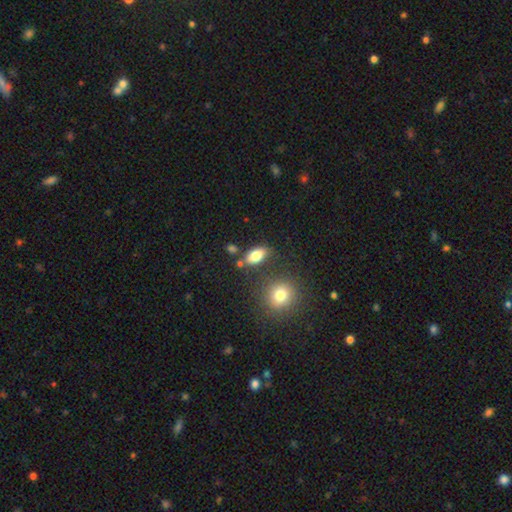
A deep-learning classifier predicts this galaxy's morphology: smooth-or-featured: smooth: 80% | featured or disk: 11% | star or artifact: 9%
  how-rounded: in between: 87% | round: 9% | cigar-shaped: 4%
  merging: none: 71% | minor disturbance: 14% | merger: 10% | major disturbance: 5%